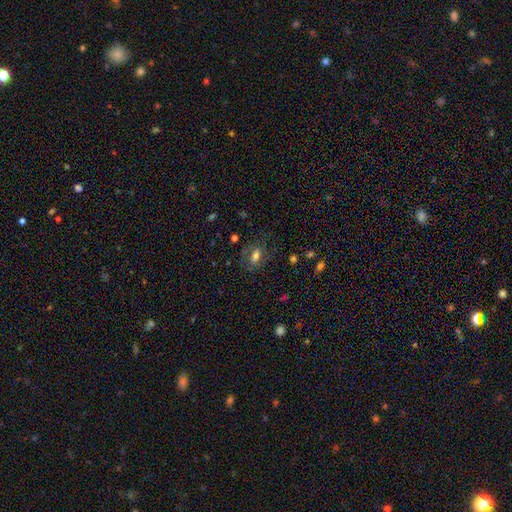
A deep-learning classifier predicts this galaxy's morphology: This is possibly a smooth galaxy (54%). How rounded: likely in between (79%). Merging: likely none (65%).